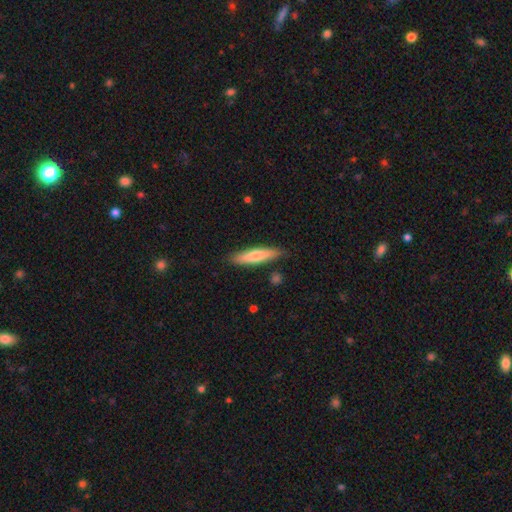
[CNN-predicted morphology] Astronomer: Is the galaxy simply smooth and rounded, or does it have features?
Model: smooth — 71%.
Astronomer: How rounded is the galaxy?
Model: cigar-shaped — 83%.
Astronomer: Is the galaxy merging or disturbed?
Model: none — 86%.